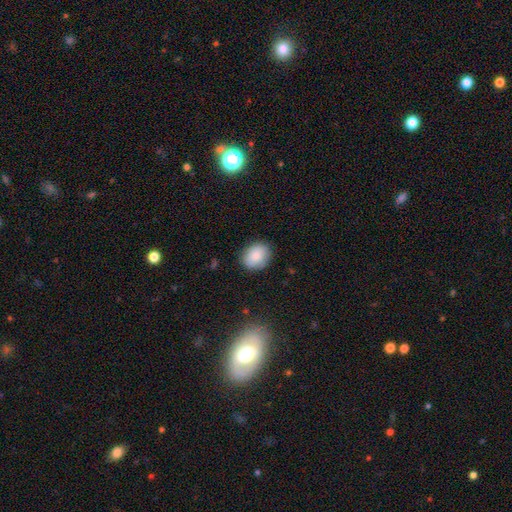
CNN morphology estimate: type=smooth (85%); roundness=in between (53%); merging=none (83%).